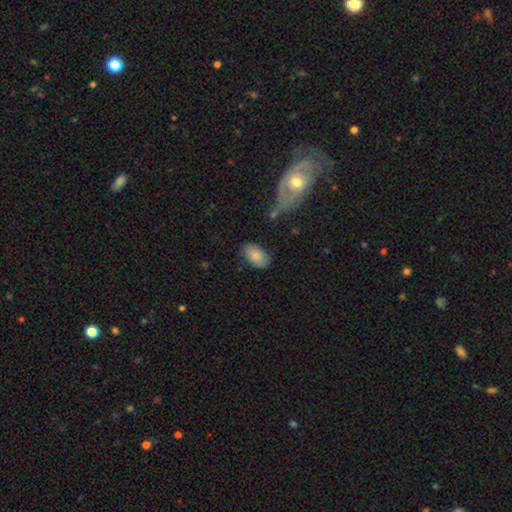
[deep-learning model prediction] smooth 80%, featured or disk 13%, star or artifact 7%. Down the decision tree: how rounded — in between (93%); merging — none (72%).